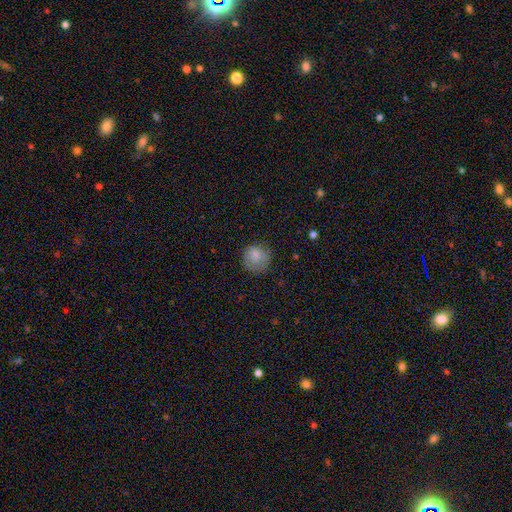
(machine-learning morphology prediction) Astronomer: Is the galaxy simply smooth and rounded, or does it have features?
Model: smooth — 81%.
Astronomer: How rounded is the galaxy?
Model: round — 85%.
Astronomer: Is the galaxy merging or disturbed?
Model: none — 67%.